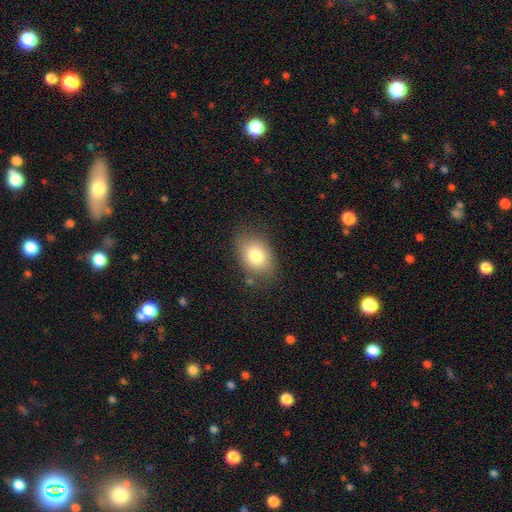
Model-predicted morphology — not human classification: This is likely a smooth galaxy (79%). How rounded: likely in between (75%). Merging: likely none (79%).